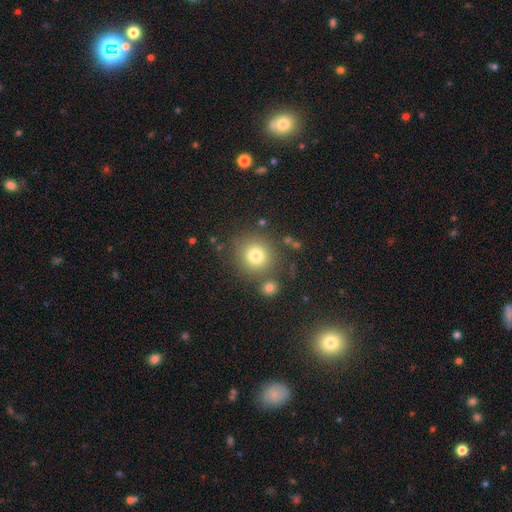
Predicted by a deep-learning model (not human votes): Smooth or featured? smooth (77%)
How rounded? round (91%)
Merging? none (78%)